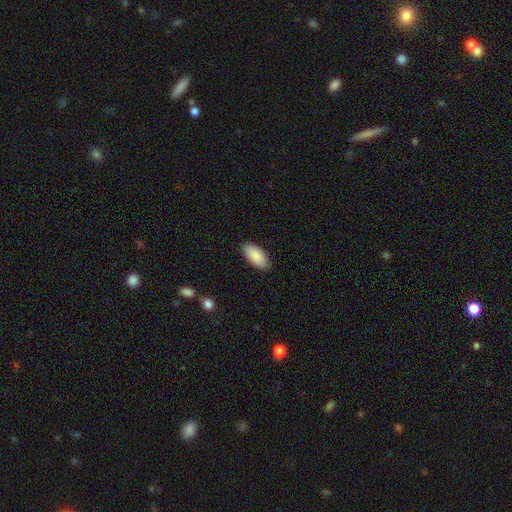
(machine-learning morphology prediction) This is clearly a smooth galaxy (89%). How rounded: clearly in between (93%). Merging: clearly none (88%).